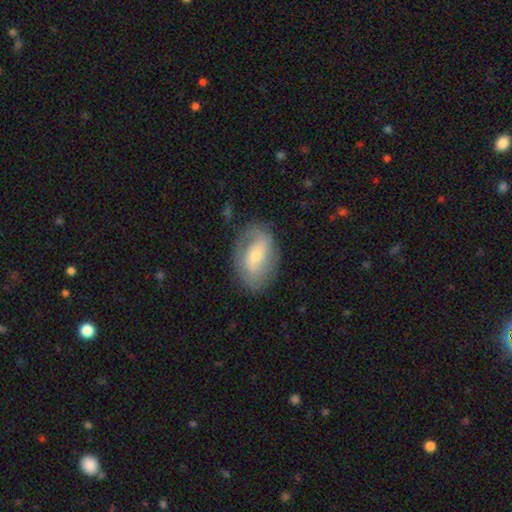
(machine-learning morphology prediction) Smooth or featured: featured or disk — 64% (smooth — 29%)
Edge-on disk: no — 94% (yes — 6%)
Bar: no — 41% (weak — 40%)
Spiral arms: yes — 77% (no — 23%)
Bulge size: small — 52% (moderate — 44%)
Merging: none — 75% (minor disturbance — 17%)